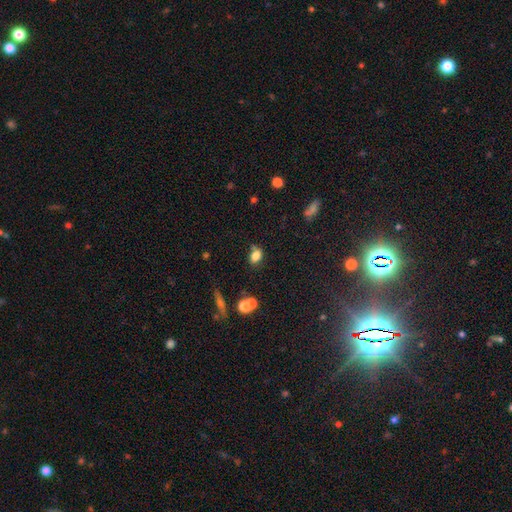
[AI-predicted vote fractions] This is likely a smooth galaxy (80%). How rounded: likely in between (73%). Merging: likely none (61%).